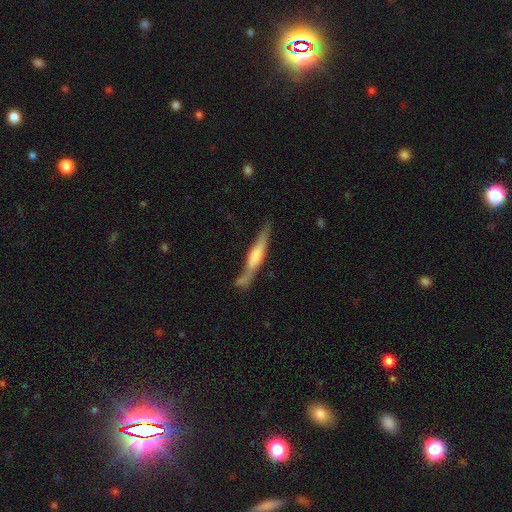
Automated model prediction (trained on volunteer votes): Smooth or featured? featured or disk (49%)
Merging? none (60%)